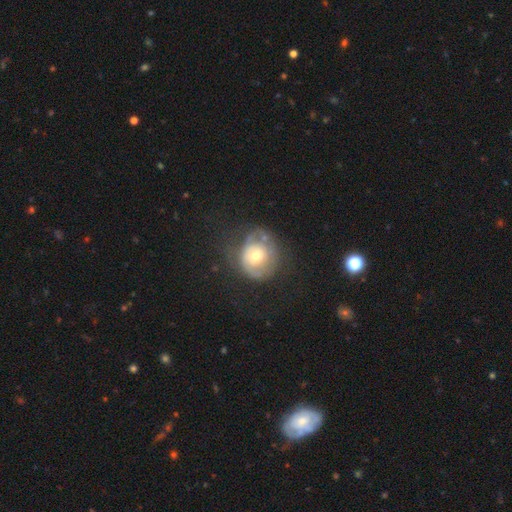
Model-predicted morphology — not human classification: Overall: featured or disk (48%; smooth 43%). Merging: none (48%; minor disturbance 25%).